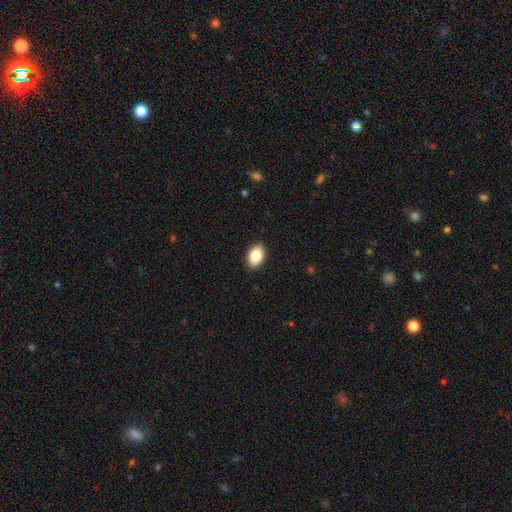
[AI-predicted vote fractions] Q: Smooth or featured?
A: smooth (85%); runner-up: featured or disk (8%)
Q: How rounded?
A: in between (90%); runner-up: round (9%)
Q: Merging?
A: none (90%); runner-up: minor disturbance (7%)